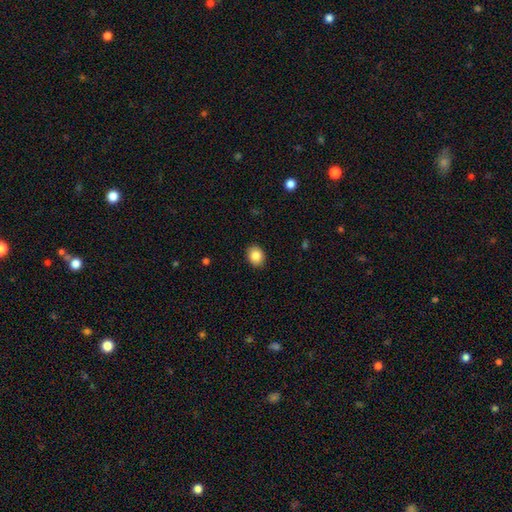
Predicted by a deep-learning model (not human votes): This appears to be a smooth galaxy with no disk features (86%) that is round (55%). Merging: none (90%).